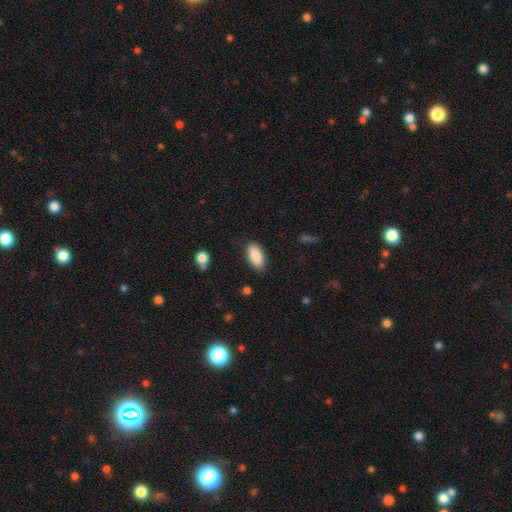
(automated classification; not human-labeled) smooth 88%, star or artifact 6%, featured or disk 6%. Down the decision tree: how rounded — in between (88%); merging — none (87%).